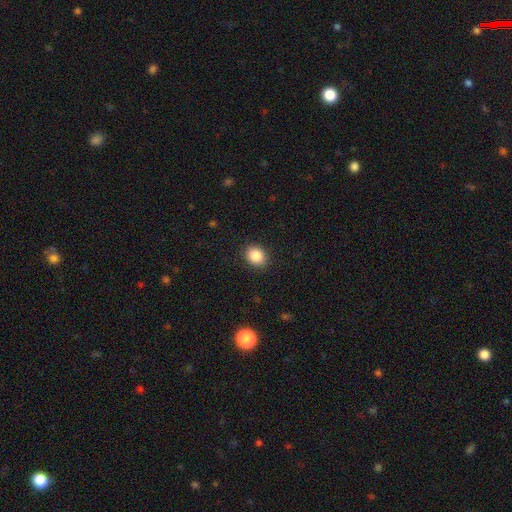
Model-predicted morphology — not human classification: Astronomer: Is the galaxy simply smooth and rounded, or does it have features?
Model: smooth — 87%.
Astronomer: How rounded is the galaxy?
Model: in between — 51% (runner-up: round, 48%).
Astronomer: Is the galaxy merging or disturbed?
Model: none — 89%.